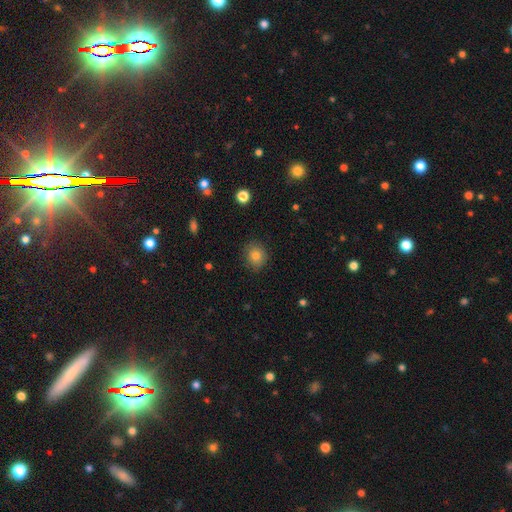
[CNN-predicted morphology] smooth 80%, star or artifact 11%, featured or disk 9%. Down the decision tree: how rounded — round (76%); merging — none (86%).